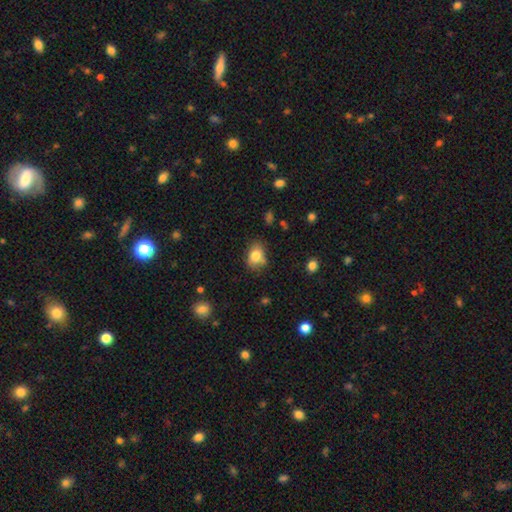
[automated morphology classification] Smooth or featured? smooth (80%)
How rounded? in between (65%)
Merging? none (66%)